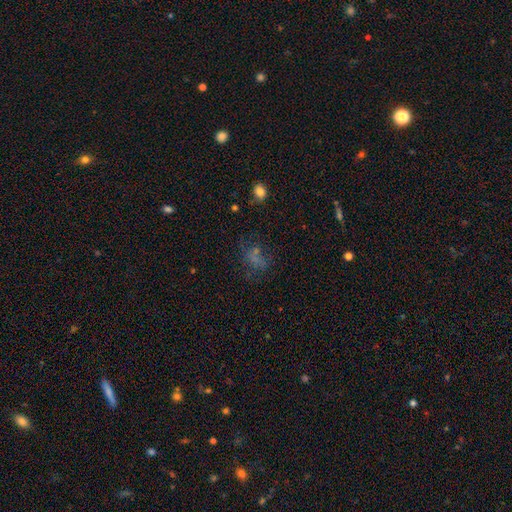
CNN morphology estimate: This is marginally a smooth galaxy (43%). Merging: possibly none (53%).